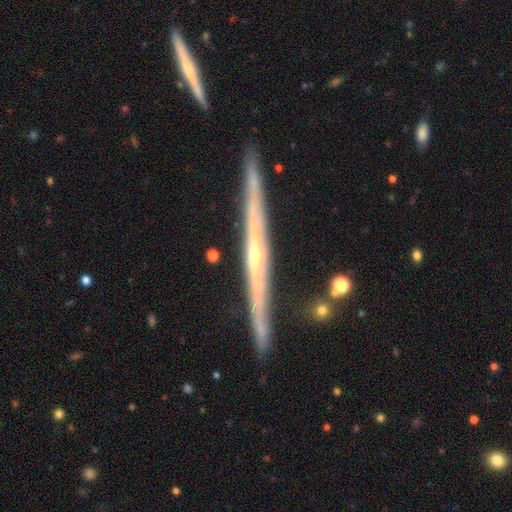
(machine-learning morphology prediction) The model was most divided on "edge-on bulge": rounded: 54%, none: 42%, boxy: 4%. More confident: edge-on disk — yes (97%); merging — none (88%); smooth or featured — featured or disk (83%).